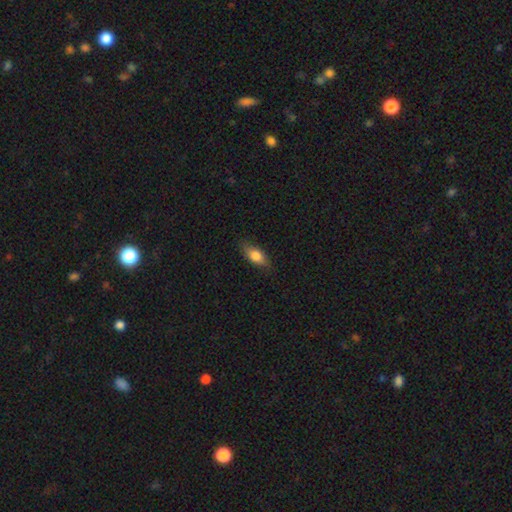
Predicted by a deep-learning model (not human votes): smooth_or_featured: smooth (p=0.76) [alt: featured or disk p=0.16]
how_rounded: in between (p=0.80) [alt: cigar-shaped p=0.14]
merging: none (p=0.80) [alt: minor disturbance p=0.16]